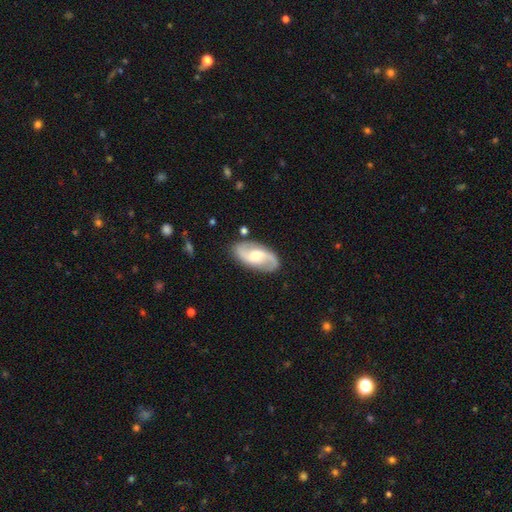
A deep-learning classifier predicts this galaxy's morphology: type=featured or disk (82%); edge-on=no (96%); bar=weak (45%); spiral arms=yes (95%); winding=medium (45%); arm count=2 (93%); bulge=moderate (56%); merging=none (84%).